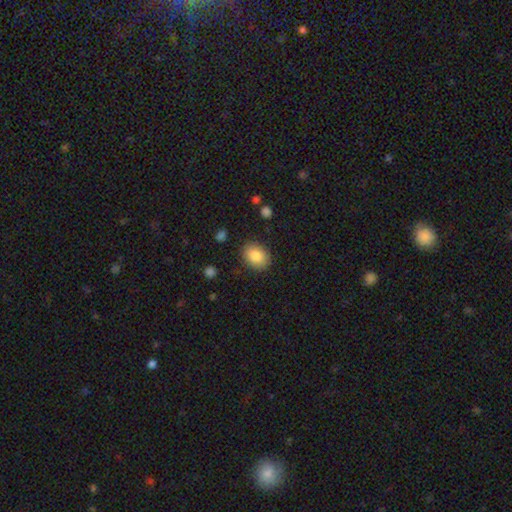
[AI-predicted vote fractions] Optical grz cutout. It shows a smooth galaxy with no disk features (86%) that is in between round and cigar-shaped (67%). Merging: none (86%).